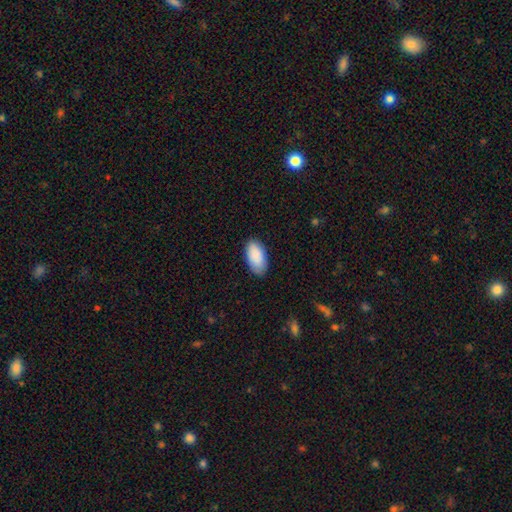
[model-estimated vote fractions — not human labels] A smooth galaxy with no disk features (90%) that is in between round and cigar-shaped (96%). Merging: none (84%).